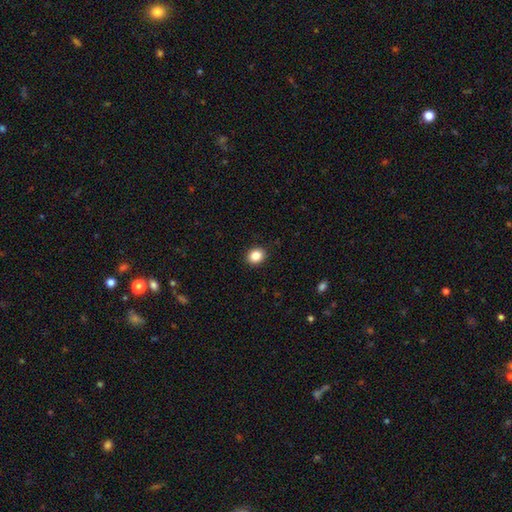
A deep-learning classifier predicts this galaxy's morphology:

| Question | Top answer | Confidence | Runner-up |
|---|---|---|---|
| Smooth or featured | smooth | 85% | star or artifact (10%) |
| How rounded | round | 67% | in between (33%) |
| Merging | none | 91% | minor disturbance (6%) |